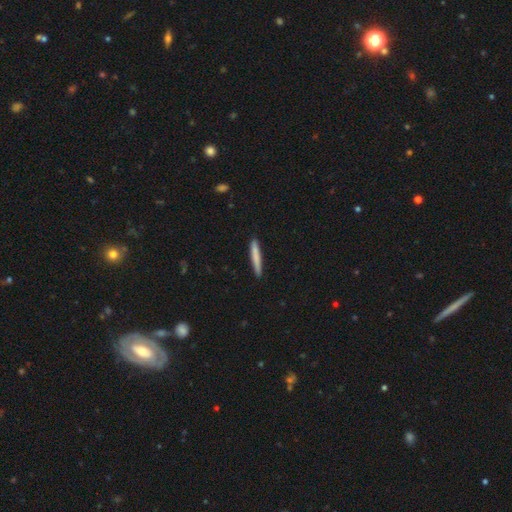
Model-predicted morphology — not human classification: This appears to be a smooth galaxy with no disk features (76%) that is cigar-shaped (95%). Merging: none (88%).